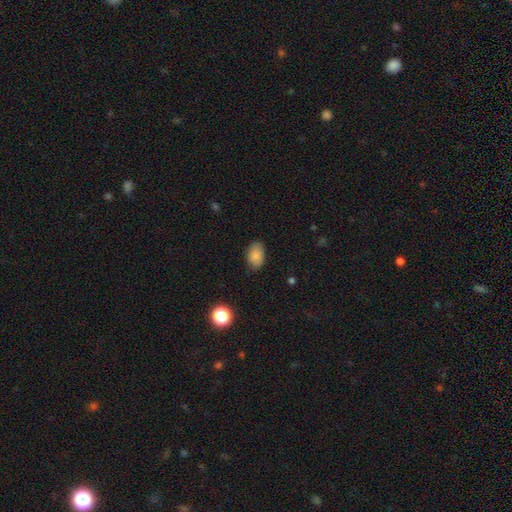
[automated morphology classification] A smooth galaxy with no disk features (85%) that is in between round and cigar-shaped (88%). Merging: none (80%).